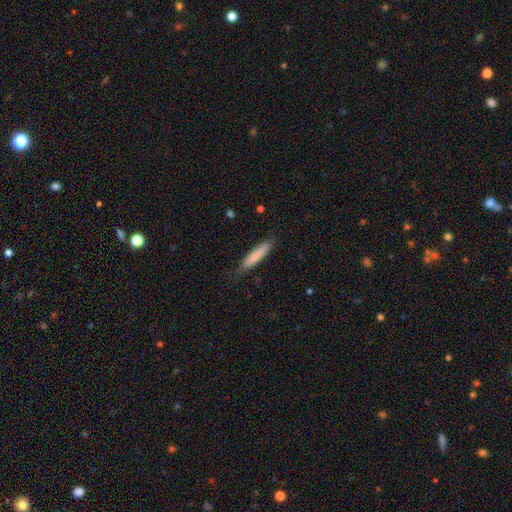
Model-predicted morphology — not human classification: type=smooth (80%); roundness=cigar-shaped (87%); merging=none (76%).